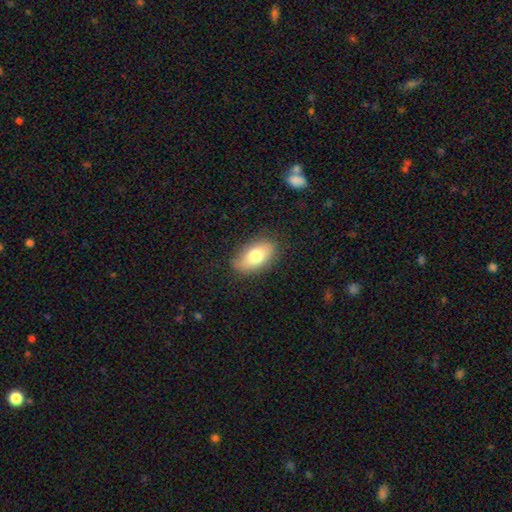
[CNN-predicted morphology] The model was most divided on "smooth or featured": smooth: 75%, featured or disk: 18%, star or artifact: 7%. More confident: how rounded — in between (91%); merging — none (81%).